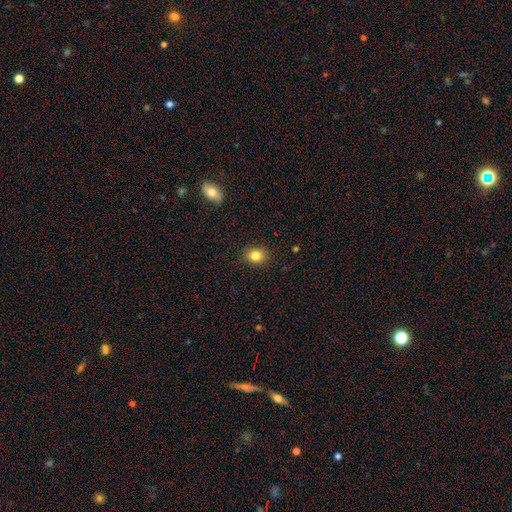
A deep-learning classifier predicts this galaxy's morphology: smooth-or-featured: smooth: 82% | star or artifact: 11% | featured or disk: 7%
  how-rounded: round: 65% | in between: 34% | cigar-shaped: 1%
  merging: none: 89% | minor disturbance: 8% | major disturbance: 2% | merger: 1%